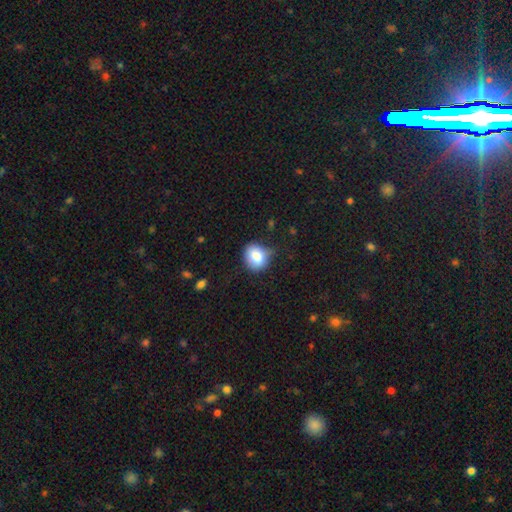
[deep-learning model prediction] Overall: smooth (81%). How rounded: round (65%; in between 34%). Merging: none (62%; minor disturbance 29%).